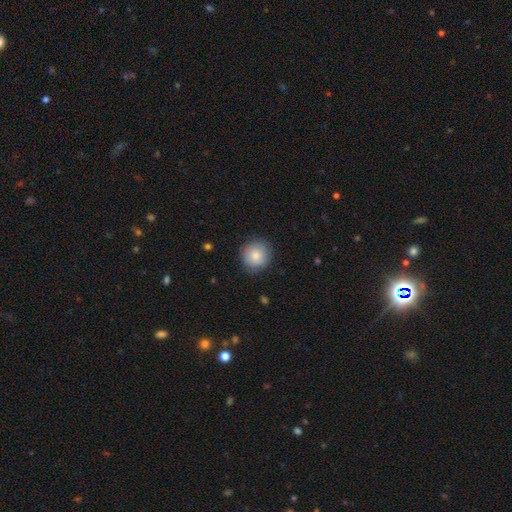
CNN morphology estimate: Q: Smooth or featured?
A: smooth (79%); runner-up: featured or disk (14%)
Q: How rounded?
A: round (92%); runner-up: in between (7%)
Q: Merging?
A: none (83%); runner-up: minor disturbance (12%)